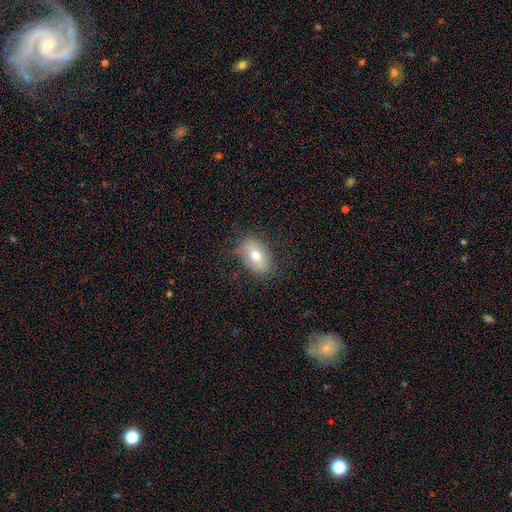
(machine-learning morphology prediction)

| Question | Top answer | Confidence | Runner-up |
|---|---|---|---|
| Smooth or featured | smooth | 65% | featured or disk (26%) |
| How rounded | in between | 86% | round (11%) |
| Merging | none | 76% | minor disturbance (18%) |